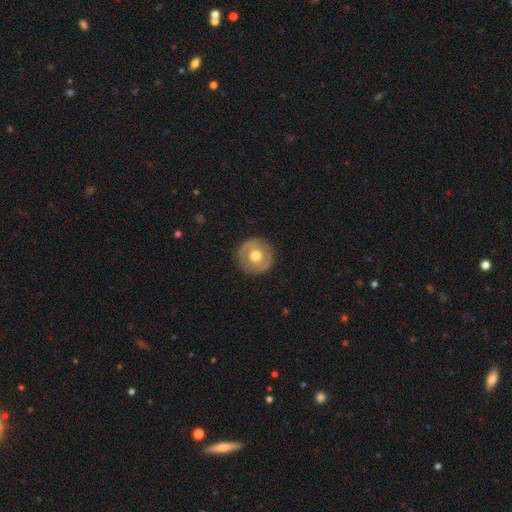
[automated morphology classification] smooth-or-featured: smooth: 51% | featured or disk: 44% | star or artifact: 6%
  how-rounded: round: 94% | in between: 5% | cigar-shaped: 1%
  merging: none: 89% | minor disturbance: 7% | major disturbance: 2% | merger: 1%